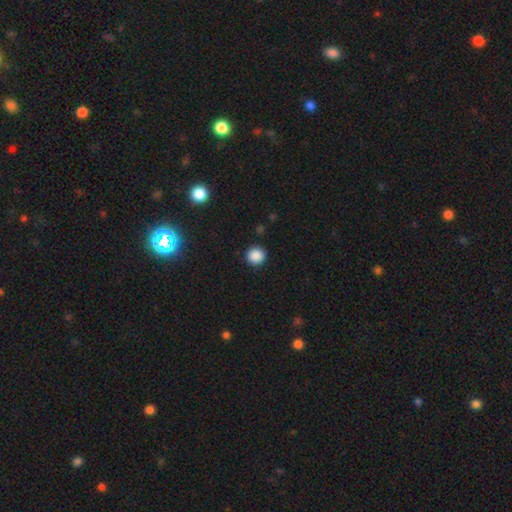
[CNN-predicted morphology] This is clearly a smooth galaxy (87%). How rounded: clearly round (94%). Merging: clearly none (92%).